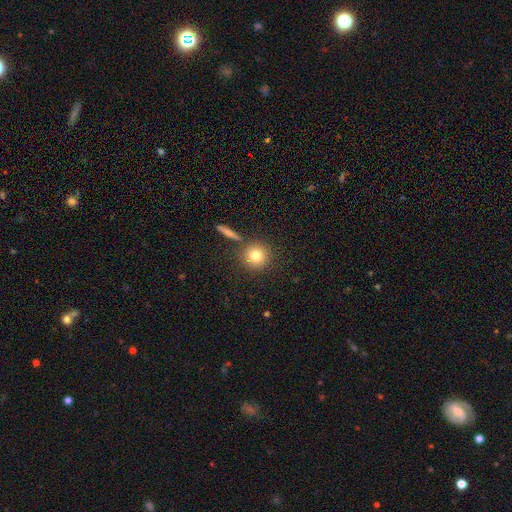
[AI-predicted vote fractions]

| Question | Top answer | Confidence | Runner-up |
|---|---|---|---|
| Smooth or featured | smooth | 79% | star or artifact (10%) |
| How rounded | round | 92% | in between (6%) |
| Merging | none | 80% | minor disturbance (8%) |